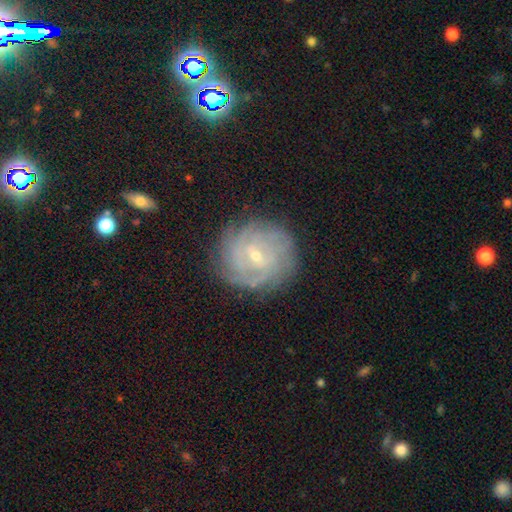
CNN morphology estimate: smooth-or-featured: featured or disk: 80% | smooth: 12% | star or artifact: 8%
  disk-edge-on: no: 97% | yes: 3%
    bar: weak: 53% | no: 33% | strong: 14%
    has-spiral-arms: yes: 94% | no: 6%
      spiral-winding: tight: 78% | medium: 18% | loose: 4%
      spiral-arm-count: can't tell: 40% | 4: 18% | 3: 15% | 2: 13% | more than 4: 9% | 1: 6%
    bulge-size: small: 72% | moderate: 25% | none: 1% | large: 1% | dominant: 1%
  merging: none: 82% | minor disturbance: 13% | major disturbance: 4% | merger: 1%